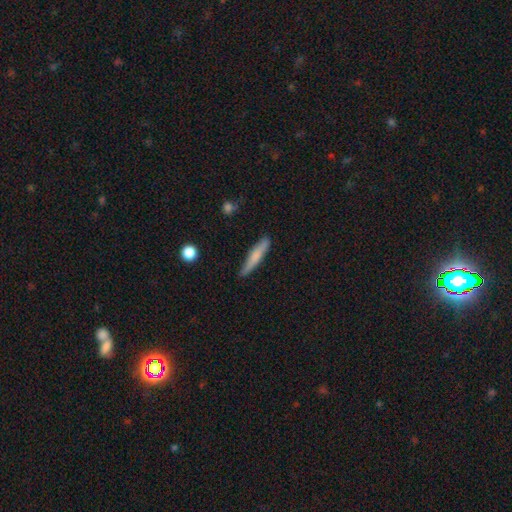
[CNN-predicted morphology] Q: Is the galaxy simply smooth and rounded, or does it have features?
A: smooth — 68%.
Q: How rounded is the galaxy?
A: cigar-shaped — 91%.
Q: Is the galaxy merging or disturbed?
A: none — 82%.